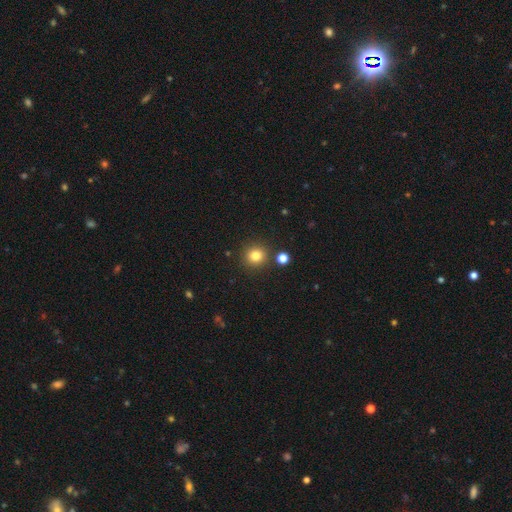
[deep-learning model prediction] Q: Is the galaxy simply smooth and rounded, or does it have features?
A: smooth — 81%.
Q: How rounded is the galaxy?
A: round — 90%.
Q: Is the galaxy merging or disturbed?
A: none — 86%.